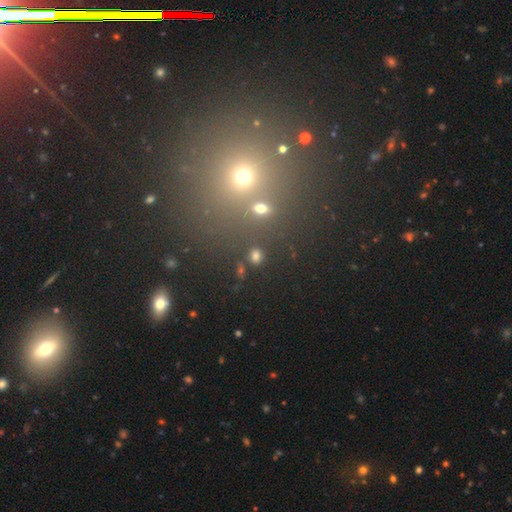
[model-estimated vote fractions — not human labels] smooth-or-featured: smooth: 61% | star or artifact: 30% | featured or disk: 9%
  how-rounded: round: 73% | in between: 24% | cigar-shaped: 2%
  merging: none: 79% | merger: 10% | minor disturbance: 7% | major disturbance: 4%